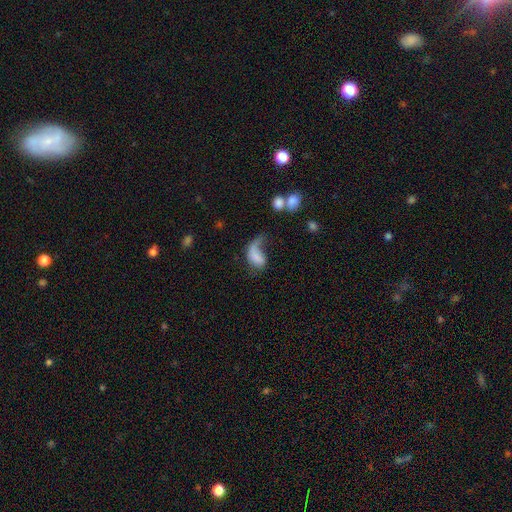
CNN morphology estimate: Smooth or featured? Predicted: smooth (p=0.57). How rounded? Predicted: in between (p=0.86). Merging? Predicted: major disturbance (p=0.56).